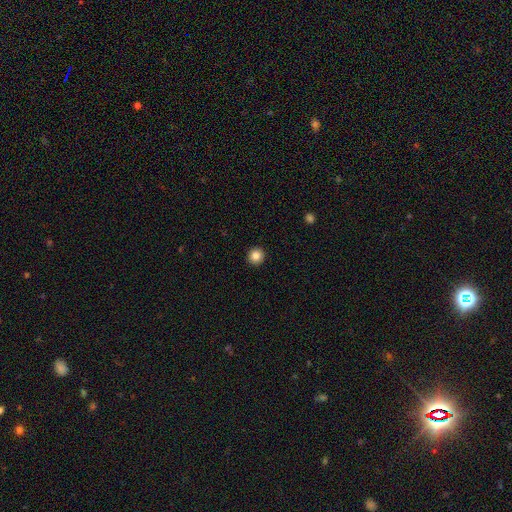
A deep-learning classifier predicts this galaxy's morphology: A smooth galaxy with no disk features (84%) that is round (94%). Merging: none (94%).